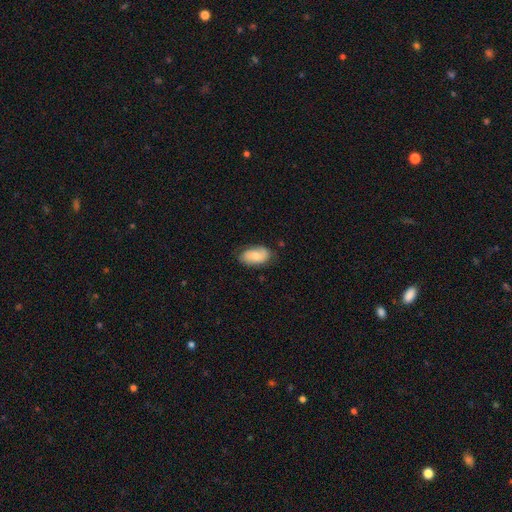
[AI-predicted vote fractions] smooth_or_featured: smooth (p=0.64) [alt: featured or disk p=0.29]
how_rounded: in between (p=0.93) [alt: round p=0.05]
merging: none (p=0.73) [alt: minor disturbance p=0.21]